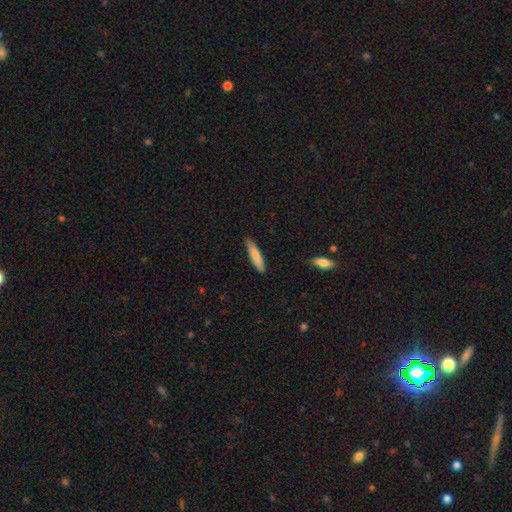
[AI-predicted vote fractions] Q: Smooth or featured?
A: smooth (81%); runner-up: featured or disk (13%)
Q: How rounded?
A: cigar-shaped (84%); runner-up: in between (14%)
Q: Merging?
A: none (86%); runner-up: minor disturbance (11%)